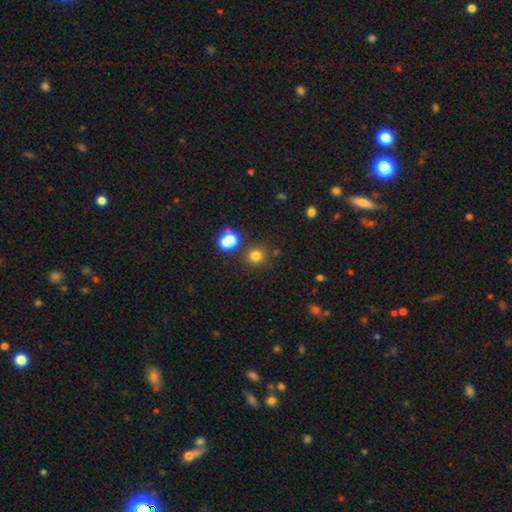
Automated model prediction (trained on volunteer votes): smooth-or-featured: smooth: 75% | star or artifact: 18% | featured or disk: 6%
  how-rounded: round: 89% | in between: 10% | cigar-shaped: 1%
  merging: none: 79% | merger: 10% | minor disturbance: 8% | major disturbance: 3%